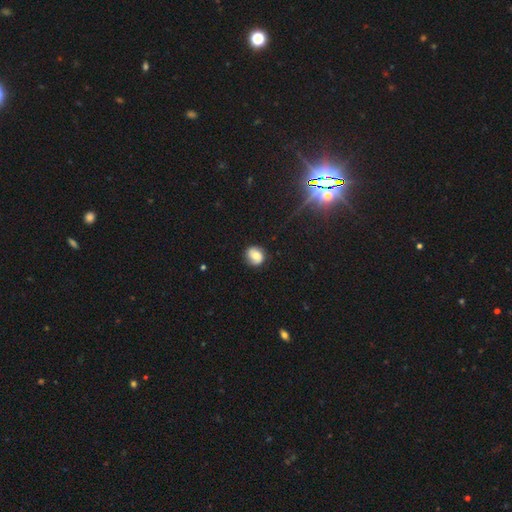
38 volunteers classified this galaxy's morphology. type=smooth (68%); roundness=round (65%); merging=none (78%).